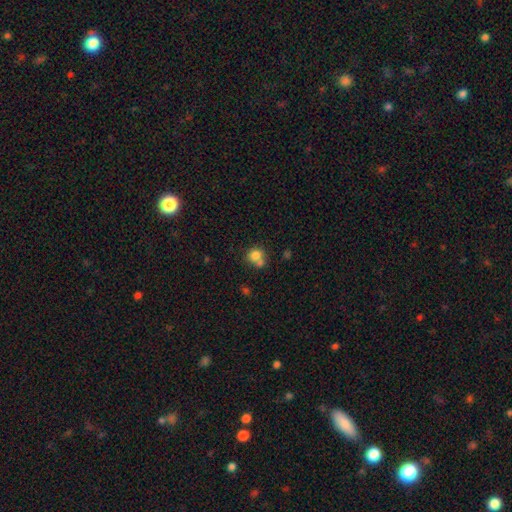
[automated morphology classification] Smooth or featured? smooth (79%)
How rounded? round (76%)
Merging? none (45%)